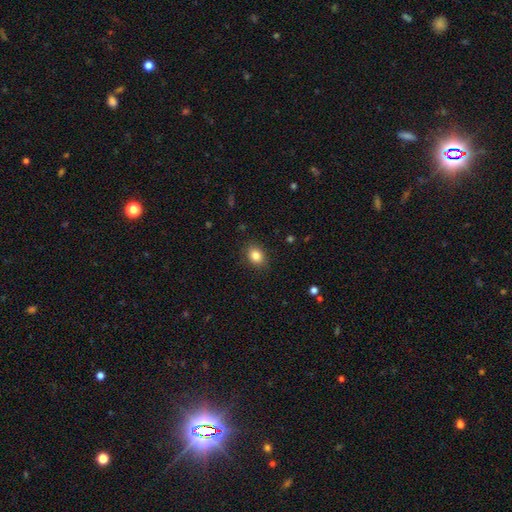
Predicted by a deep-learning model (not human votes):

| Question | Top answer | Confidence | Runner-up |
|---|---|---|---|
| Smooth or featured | smooth | 85% | star or artifact (10%) |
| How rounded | in between | 60% | round (39%) |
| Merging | none | 87% | minor disturbance (9%) |